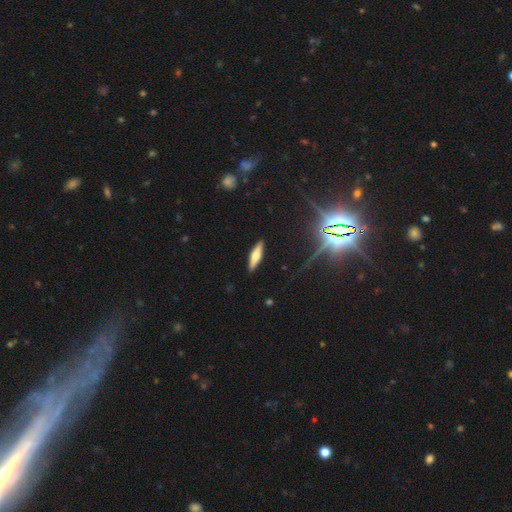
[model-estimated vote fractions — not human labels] The model was most divided on "smooth or featured": smooth: 55%, featured or disk: 36%, star or artifact: 8%. More confident: merging — none (89%); how rounded — cigar-shaped (71%).